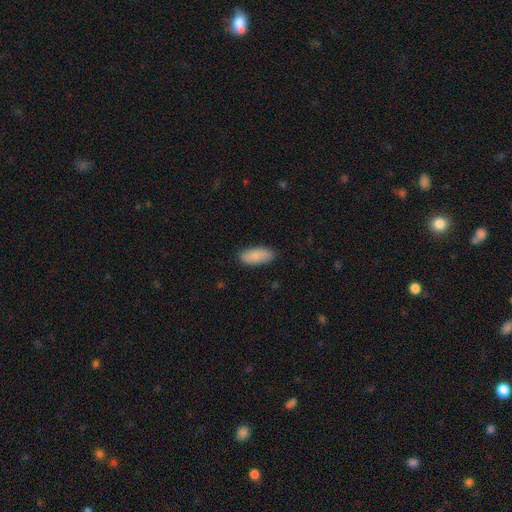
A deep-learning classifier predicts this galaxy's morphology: Overall: smooth (86%). How rounded: in between (86%). Merging: none (86%).